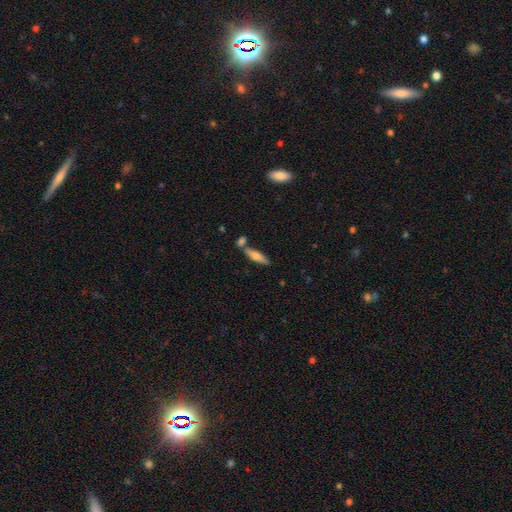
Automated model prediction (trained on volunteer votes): Overall: smooth (66%; featured or disk 27%). How rounded: cigar-shaped (64%; in between 34%). Merging: none (65%).